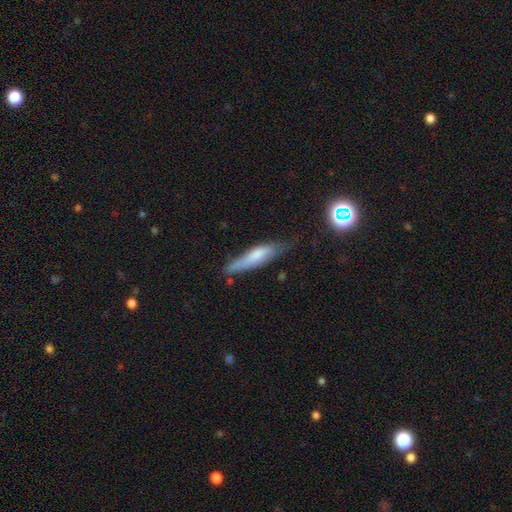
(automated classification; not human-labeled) Smooth or featured: smooth — 65% (featured or disk — 28%)
How rounded: cigar-shaped — 79% (in between — 19%)
Merging: none — 55% (minor disturbance — 32%)